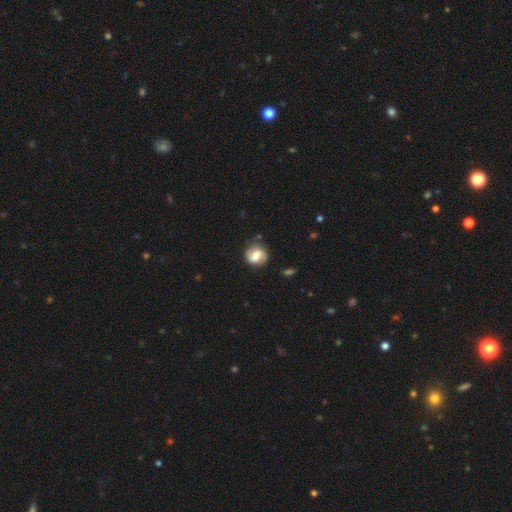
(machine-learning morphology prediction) smooth_or_featured: featured or disk (p=0.53) [alt: smooth p=0.39]
disk_edge_on: no (p=0.97) [alt: yes p=0.03]
bar: weak (p=0.48) [alt: no p=0.30]
has_spiral_arms: yes (p=0.85) [alt: no p=0.15]
bulge_size: moderate (p=0.49) [alt: large p=0.25]
merging: none (p=0.75) [alt: minor disturbance p=0.17]